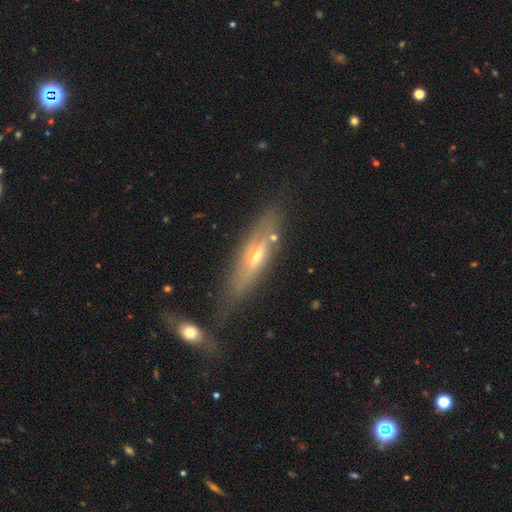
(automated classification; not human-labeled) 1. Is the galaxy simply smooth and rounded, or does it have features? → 65% featured or disk, 26% smooth, 9% star or artifact.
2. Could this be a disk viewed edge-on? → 75% yes, 25% no.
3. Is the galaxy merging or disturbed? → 72% none, 15% minor disturbance, 8% merger, 5% major disturbance.